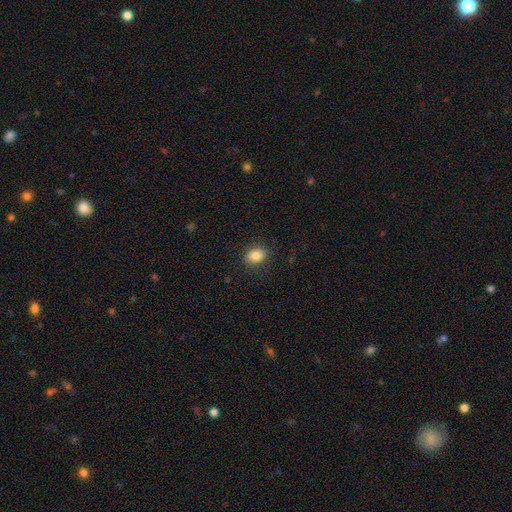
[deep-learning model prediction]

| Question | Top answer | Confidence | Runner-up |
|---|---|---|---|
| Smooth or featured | smooth | 84% | star or artifact (9%) |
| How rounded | in between | 67% | round (32%) |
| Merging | none | 85% | minor disturbance (11%) |